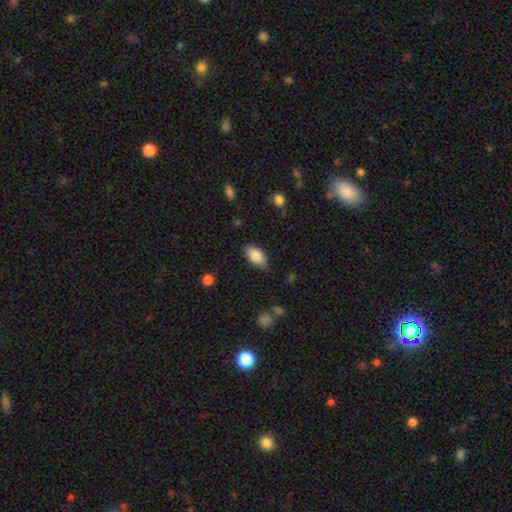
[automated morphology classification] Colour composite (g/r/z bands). It shows a smooth galaxy with no disk features (85%) that is in between round and cigar-shaped (93%). Merging: none (77%).